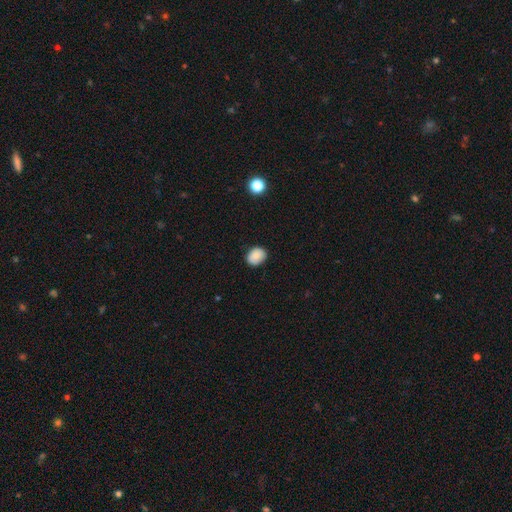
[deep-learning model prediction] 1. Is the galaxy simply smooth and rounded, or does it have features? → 85% smooth, 9% star or artifact, 6% featured or disk.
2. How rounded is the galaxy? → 50% in between, 49% round, 1% cigar-shaped.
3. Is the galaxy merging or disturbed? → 82% none, 14% minor disturbance, 3% major disturbance, 1% merger.